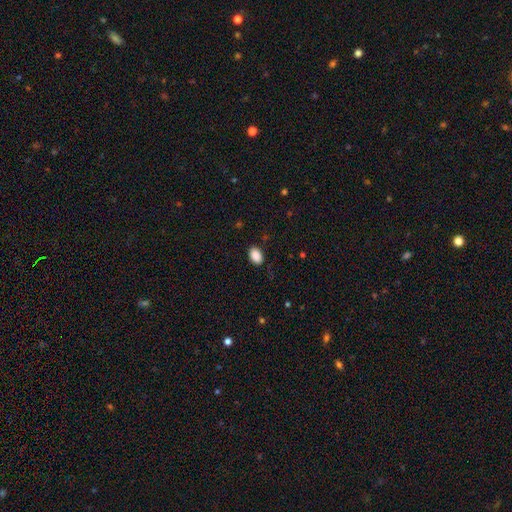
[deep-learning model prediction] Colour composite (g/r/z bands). It shows a smooth galaxy with no disk features (89%) that is in between round and cigar-shaped (89%). Merging: none (85%).